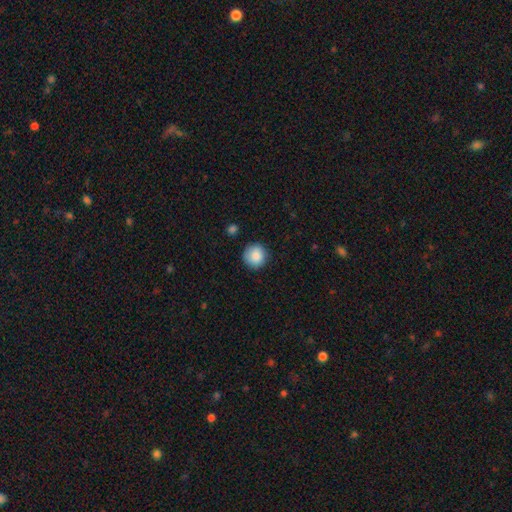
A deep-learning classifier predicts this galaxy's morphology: Smooth or featured?
  - smooth: 87% *
  - star or artifact: 8%
  - featured or disk: 5%
How rounded?
  - round: 94% *
  - in between: 5%
  - cigar-shaped: 1%
Merging?
  - none: 87% *
  - minor disturbance: 10%
  - major disturbance: 2%
  - merger: 1%